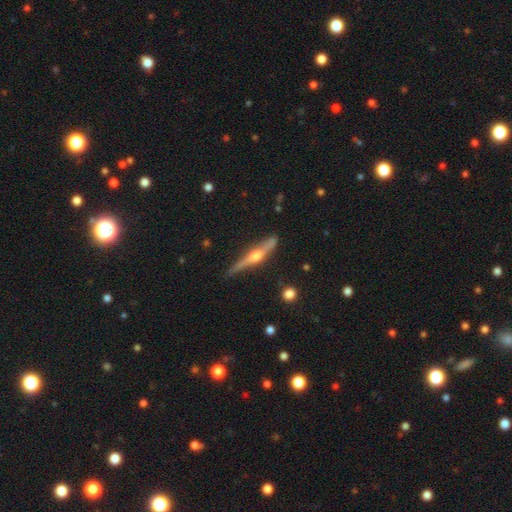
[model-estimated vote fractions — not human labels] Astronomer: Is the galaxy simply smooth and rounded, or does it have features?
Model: featured or disk — 74%.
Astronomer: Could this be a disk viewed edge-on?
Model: yes — 96%.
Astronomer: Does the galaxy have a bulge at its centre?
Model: rounded — 87%.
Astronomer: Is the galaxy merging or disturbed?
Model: none — 75%.